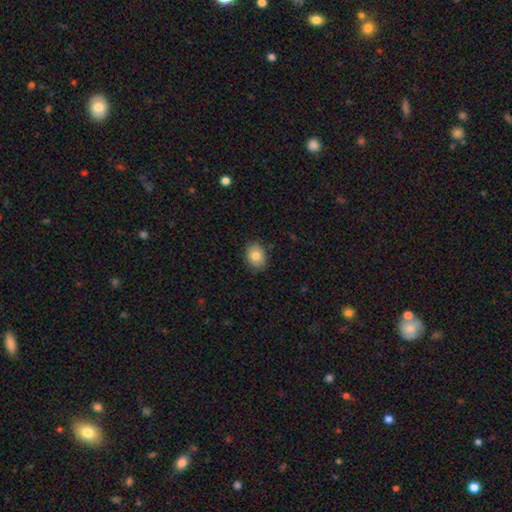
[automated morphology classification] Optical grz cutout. It shows a smooth galaxy with no disk features (81%) that is in between round and cigar-shaped (53%). Merging: none (87%).